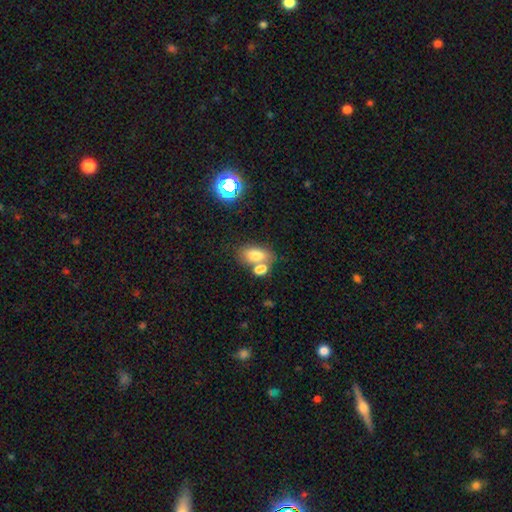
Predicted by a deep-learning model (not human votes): Smooth or featured?
  - smooth: 73% *
  - featured or disk: 15%
  - star or artifact: 12%
How rounded?
  - in between: 85% *
  - round: 11%
  - cigar-shaped: 4%
Merging?
  - none: 48% *
  - merger: 37%
  - minor disturbance: 11%
  - major disturbance: 4%